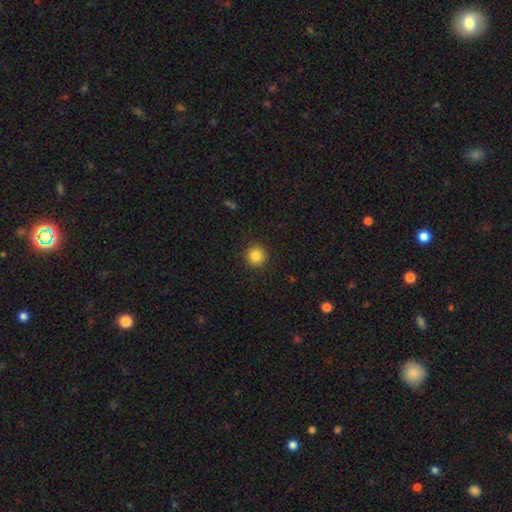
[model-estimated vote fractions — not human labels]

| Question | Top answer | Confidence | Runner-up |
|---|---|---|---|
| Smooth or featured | smooth | 85% | star or artifact (10%) |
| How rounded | round | 93% | in between (6%) |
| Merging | none | 92% | minor disturbance (5%) |